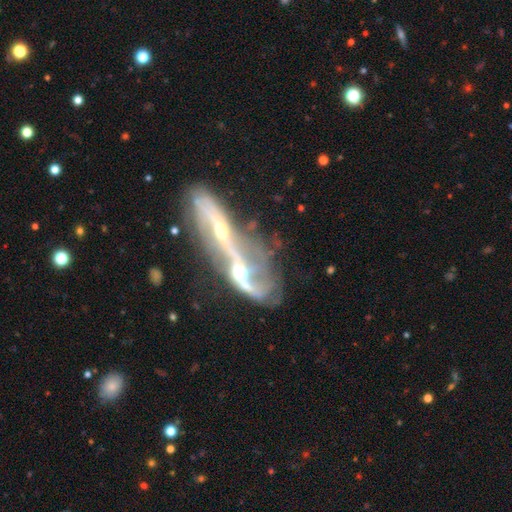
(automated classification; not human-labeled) Q: Smooth or featured?
A: featured or disk (77%); runner-up: smooth (13%)
Q: Edge-on disk?
A: no (68%); runner-up: yes (32%)
Q: Bar?
A: no (57%); runner-up: weak (25%)
Q: Spiral arms?
A: yes (61%); runner-up: no (39%)
Q: Bulge size?
A: moderate (55%); runner-up: small (32%)
Q: Merging?
A: merger (70%); runner-up: major disturbance (13%)